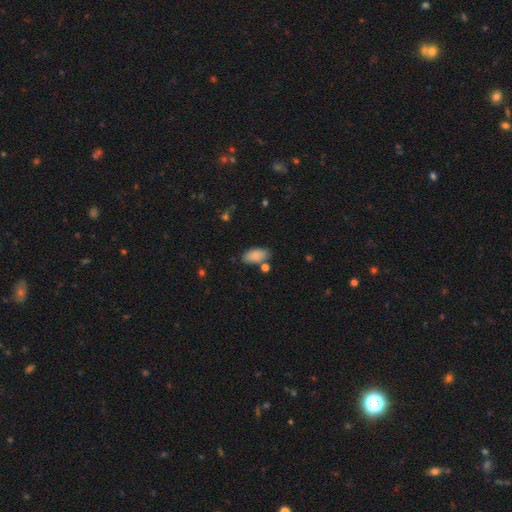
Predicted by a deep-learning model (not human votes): smooth-or-featured: smooth: 87% | star or artifact: 7% | featured or disk: 6%
  how-rounded: in between: 92% | cigar-shaped: 5% | round: 3%
  merging: none: 71% | minor disturbance: 15% | merger: 9% | major disturbance: 4%